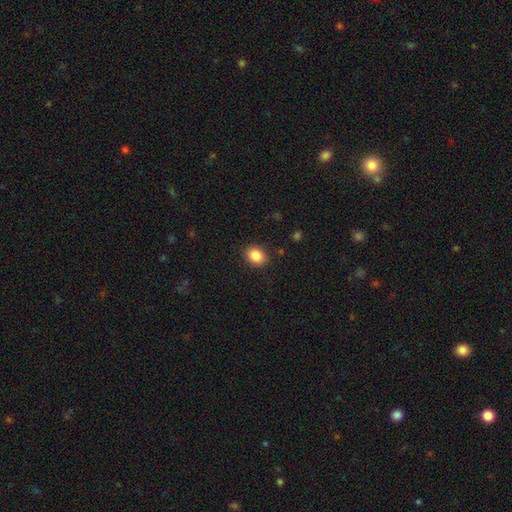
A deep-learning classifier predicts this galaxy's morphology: A smooth galaxy with no disk features (87%) that is in between round and cigar-shaped (55%). Merging: none (88%).